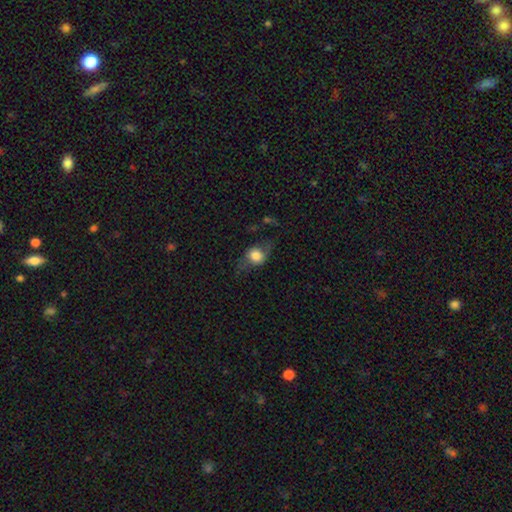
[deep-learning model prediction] Overall: smooth (60%; featured or disk 32%). How rounded: round (55%; in between 42%). Merging: none (54%; minor disturbance 23%).